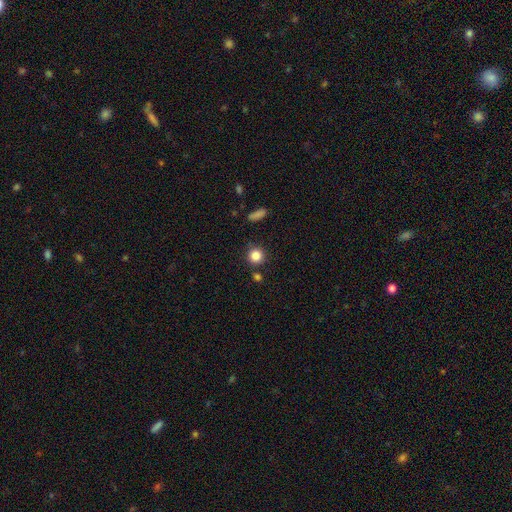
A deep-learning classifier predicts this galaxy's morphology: Smooth or featured?
  - smooth: 84% *
  - star or artifact: 11%
  - featured or disk: 5%
How rounded?
  - round: 92% *
  - in between: 7%
  - cigar-shaped: 1%
Merging?
  - none: 84% *
  - minor disturbance: 8%
  - merger: 5%
  - major disturbance: 3%